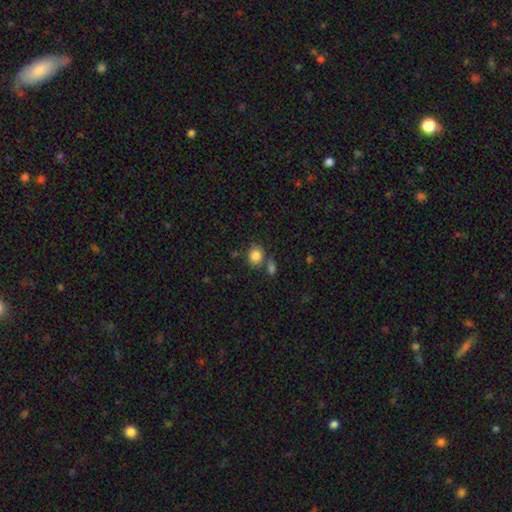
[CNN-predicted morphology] smooth-or-featured: smooth: 84% | star or artifact: 10% | featured or disk: 6%
  how-rounded: round: 69% | in between: 30% | cigar-shaped: 1%
  merging: none: 66% | merger: 18% | minor disturbance: 12% | major disturbance: 4%